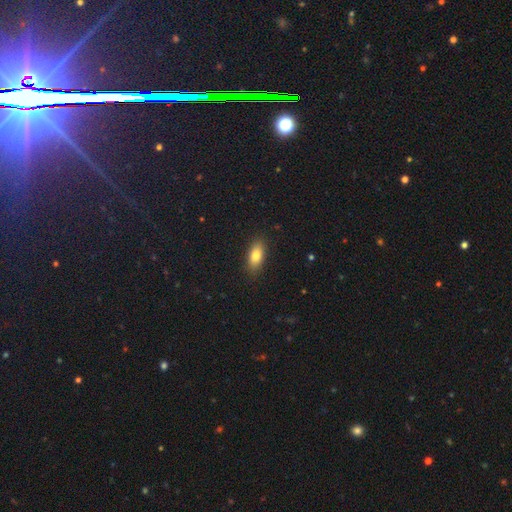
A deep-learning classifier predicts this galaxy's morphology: type=smooth (82%); roundness=in between (84%); merging=none (87%).